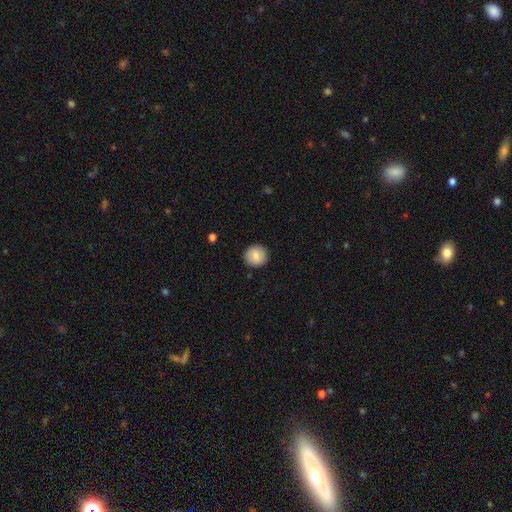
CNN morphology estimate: Smooth or featured?
  - smooth: 80% *
  - featured or disk: 12%
  - star or artifact: 7%
How rounded?
  - round: 92% *
  - in between: 7%
  - cigar-shaped: 1%
Merging?
  - none: 90% *
  - minor disturbance: 7%
  - major disturbance: 2%
  - merger: 1%